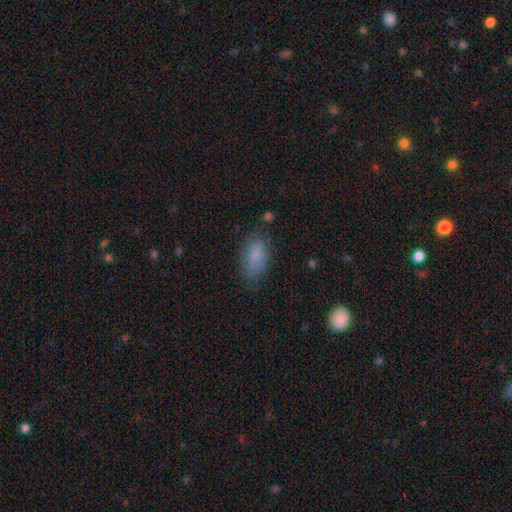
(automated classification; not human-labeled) A smooth galaxy with no disk features (82%) that is in between round and cigar-shaped (91%).

Vote fractions:
- Smooth or featured? smooth: 82% / star or artifact: 9% / featured or disk: 9%
- How rounded? in between: 91% / round: 5% / cigar-shaped: 3%
- Merging? none: 67% / minor disturbance: 23% / major disturbance: 8% / merger: 2%